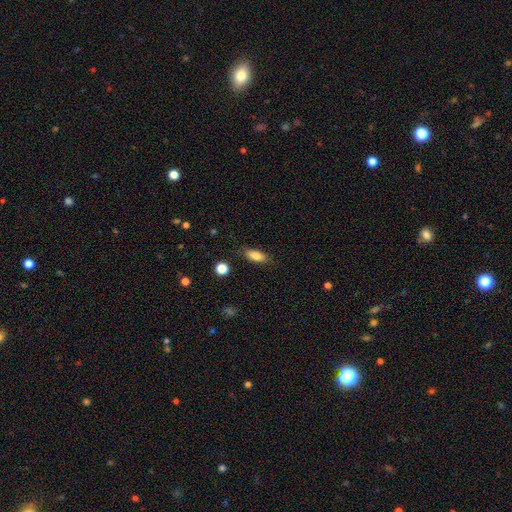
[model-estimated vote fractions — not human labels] This is clearly a smooth galaxy (81%). How rounded: likely in between (79%). Merging: clearly none (84%).